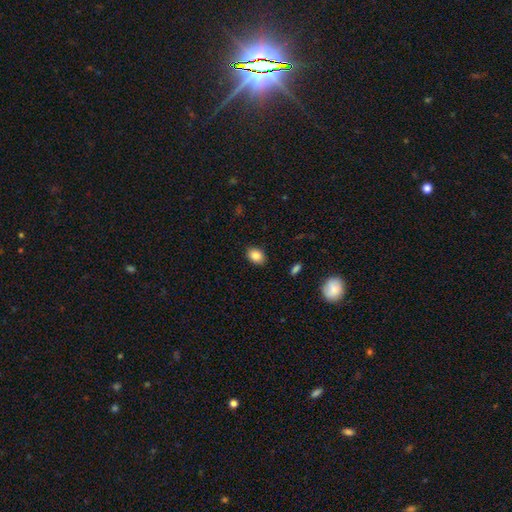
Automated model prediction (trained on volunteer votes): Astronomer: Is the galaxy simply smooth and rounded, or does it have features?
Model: smooth — 87%.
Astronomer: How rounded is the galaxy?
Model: in between — 71%.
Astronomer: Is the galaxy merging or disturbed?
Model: none — 88%.